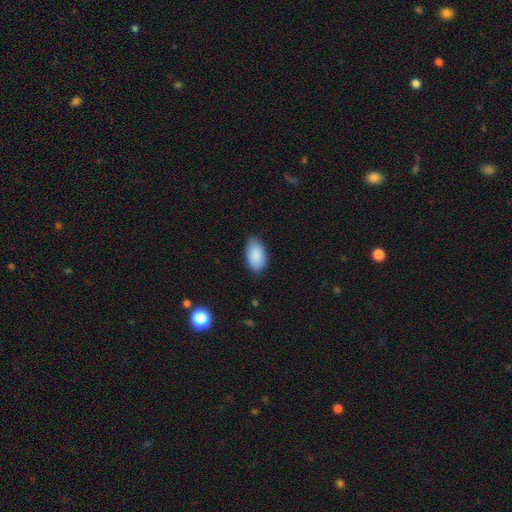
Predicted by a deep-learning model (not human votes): This is clearly a smooth galaxy (89%). How rounded: clearly in between (95%). Merging: clearly none (82%).